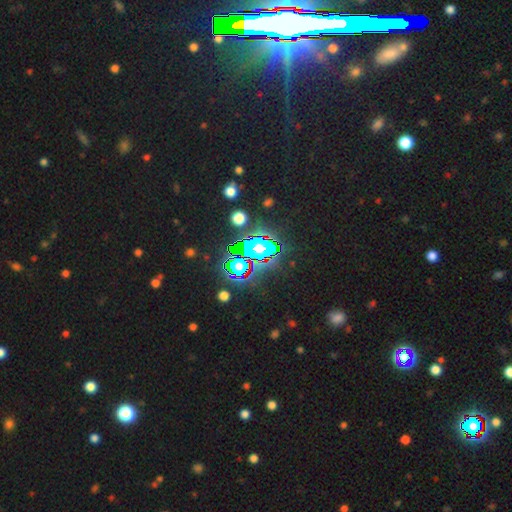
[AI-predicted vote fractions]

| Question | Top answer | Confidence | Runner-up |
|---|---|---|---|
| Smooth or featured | star or artifact | 83% | smooth (9%) |